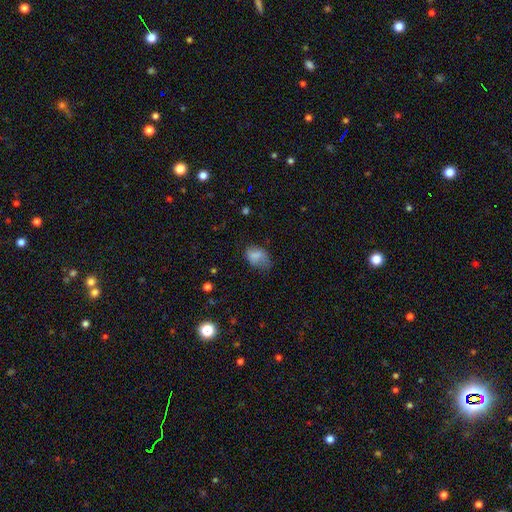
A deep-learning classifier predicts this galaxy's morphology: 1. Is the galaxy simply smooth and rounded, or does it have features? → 78% smooth, 12% featured or disk, 9% star or artifact.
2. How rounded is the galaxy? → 80% in between, 19% round, 1% cigar-shaped.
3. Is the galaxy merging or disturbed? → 50% none, 35% minor disturbance, 14% major disturbance, 2% merger.